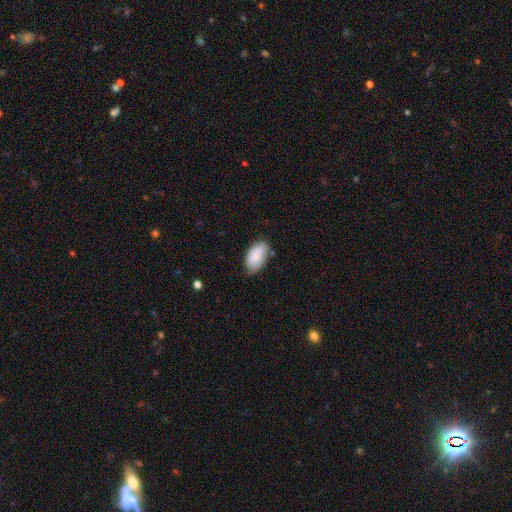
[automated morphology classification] type=smooth (88%); roundness=in between (95%); merging=none (74%).